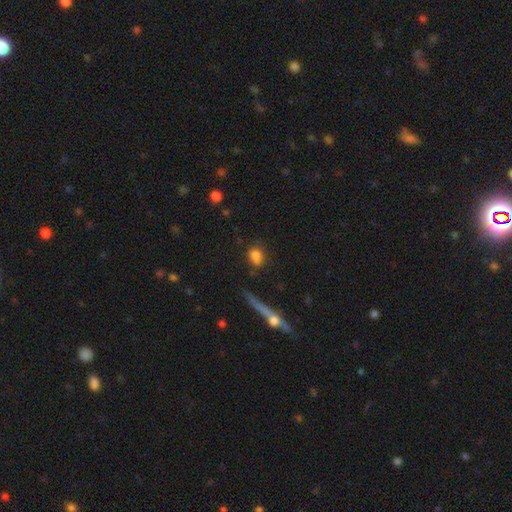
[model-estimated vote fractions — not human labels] smooth_or_featured: smooth (p=0.74) [alt: featured or disk p=0.13]
how_rounded: round (p=0.52) [alt: in between p=0.43]
merging: none (p=0.56) [alt: merger p=0.19]